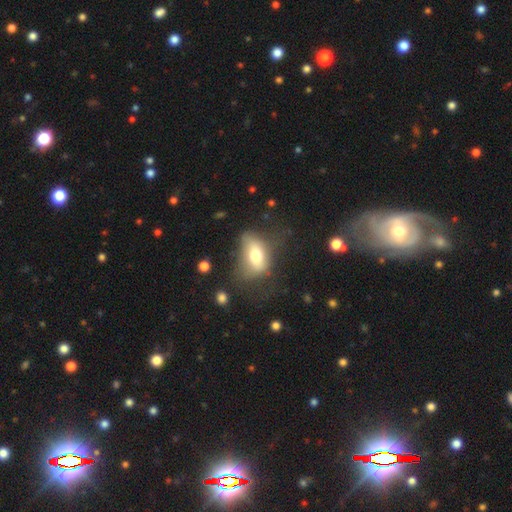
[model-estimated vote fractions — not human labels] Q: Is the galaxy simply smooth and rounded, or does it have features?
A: smooth — 65%.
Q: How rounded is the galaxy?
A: in between — 85%.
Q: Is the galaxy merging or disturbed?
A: none — 37%.